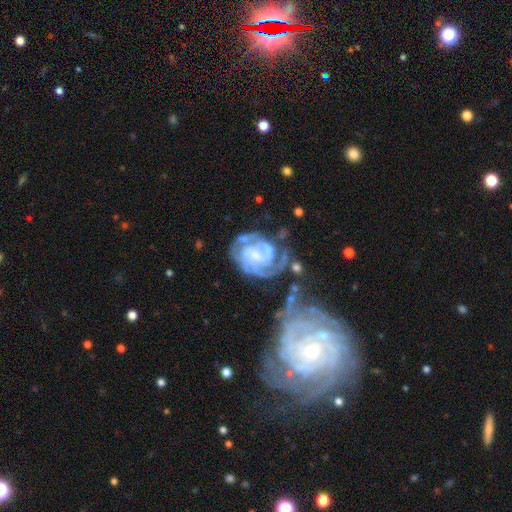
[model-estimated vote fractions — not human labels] smooth_or_featured: featured or disk (p=0.85) [alt: smooth p=0.09]
disk_edge_on: no (p=0.98) [alt: yes p=0.02]
bar: weak (p=0.44) [alt: no p=0.40]
has_spiral_arms: yes (p=0.92) [alt: no p=0.08]
spiral_winding: tight (p=0.61) [alt: medium p=0.31]
spiral_arm_count: can't tell (p=0.33) [alt: 2 p=0.28]
bulge_size: small (p=0.51) [alt: moderate p=0.27]
merging: none (p=0.43) [alt: major disturbance p=0.22]